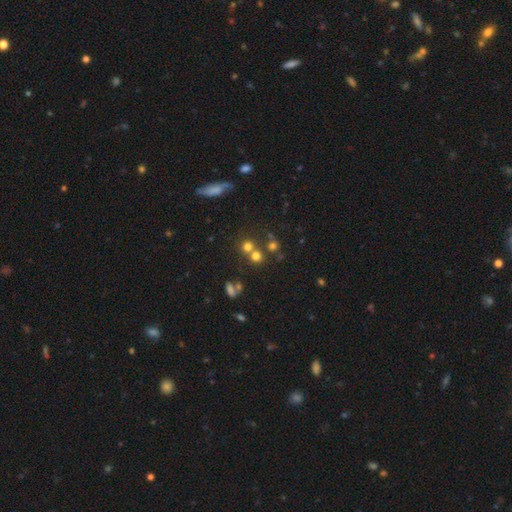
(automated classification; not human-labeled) This is likely a smooth galaxy (65%). How rounded: clearly round (84%). Merging: possibly none (53%).